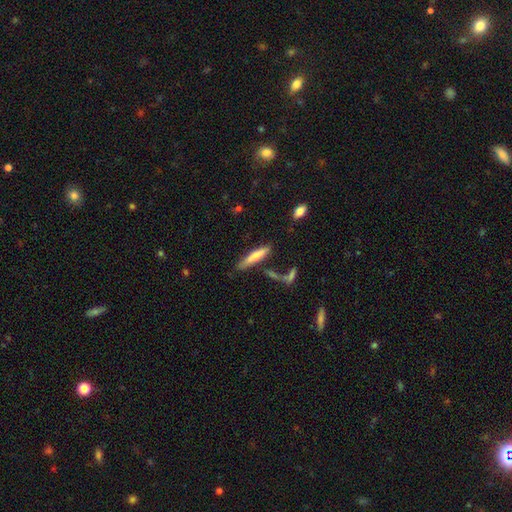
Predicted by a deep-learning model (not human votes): Smooth or featured? Predicted: smooth (p=0.61). How rounded? Predicted: cigar-shaped (p=0.85). Merging? Predicted: none (p=0.71).